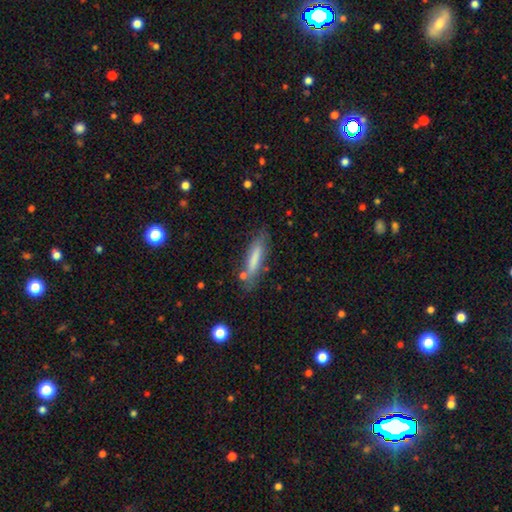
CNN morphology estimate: A smooth galaxy with no disk features (67%) that is cigar-shaped (82%). Merging: none (77%).